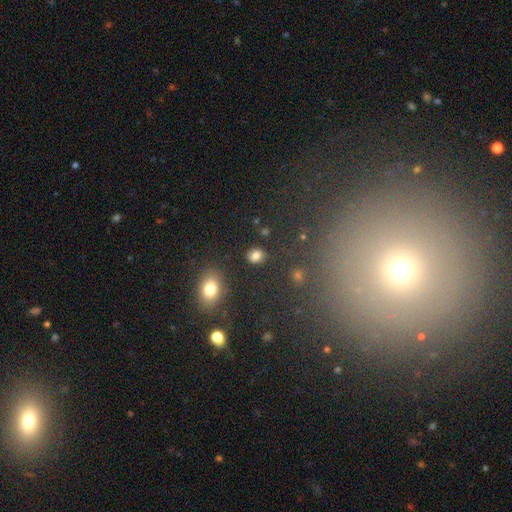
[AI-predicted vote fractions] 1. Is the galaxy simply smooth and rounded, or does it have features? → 82% smooth, 12% star or artifact, 5% featured or disk.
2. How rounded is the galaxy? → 60% round, 39% in between, 1% cigar-shaped.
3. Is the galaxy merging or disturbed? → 84% none, 10% minor disturbance, 3% merger, 3% major disturbance.